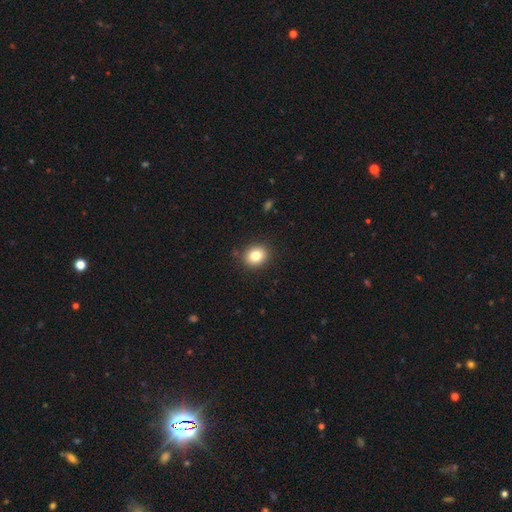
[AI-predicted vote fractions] Overall: smooth (82%). How rounded: round (67%; in between 33%). Merging: none (89%).